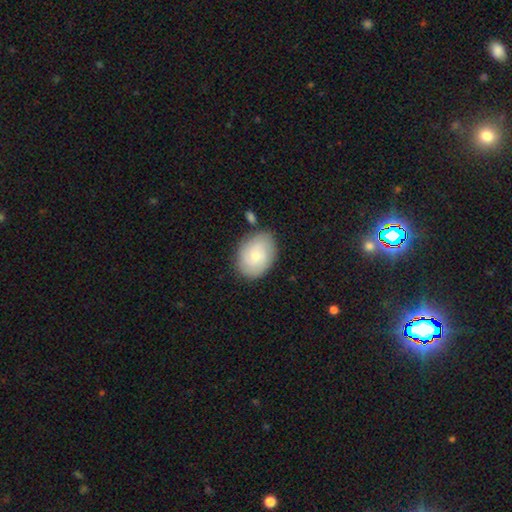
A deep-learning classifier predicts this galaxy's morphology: type=smooth (62%); roundness=in between (70%); merging=none (76%).